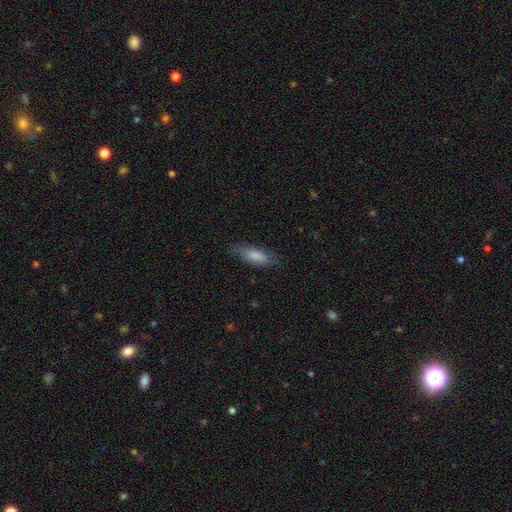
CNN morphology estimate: Overall: smooth (82%). How rounded: in between (65%; cigar-shaped 33%). Merging: none (76%).